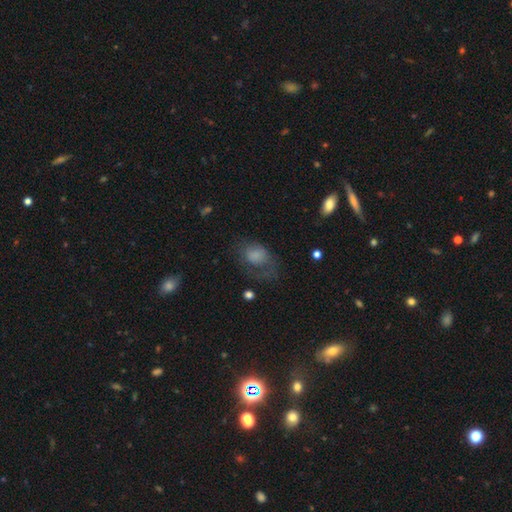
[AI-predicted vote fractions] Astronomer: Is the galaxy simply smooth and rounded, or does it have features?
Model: smooth — 67%.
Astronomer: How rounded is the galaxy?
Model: in between — 67%.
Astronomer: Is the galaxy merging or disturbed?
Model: major disturbance — 40% (runner-up: none, 35%).